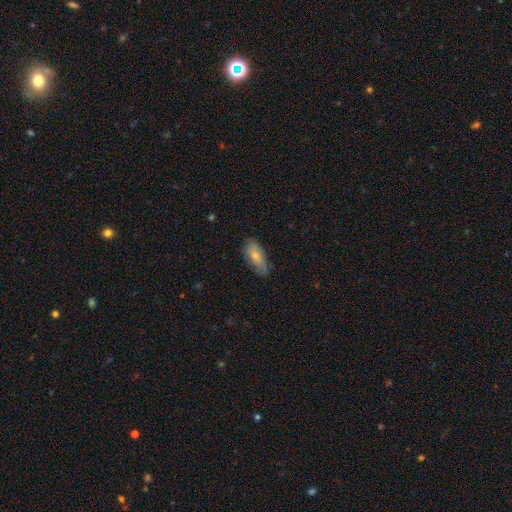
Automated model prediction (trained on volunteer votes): This is likely a smooth galaxy (69%). How rounded: clearly in between (83%). Merging: likely none (73%).